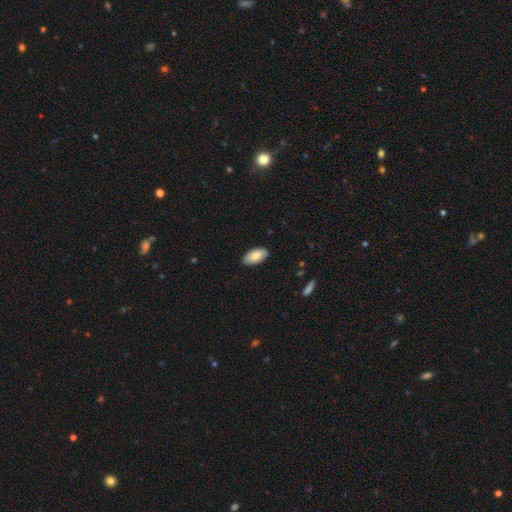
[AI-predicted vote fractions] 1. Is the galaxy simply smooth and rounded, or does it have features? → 79% smooth, 15% featured or disk, 6% star or artifact.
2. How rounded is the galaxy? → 95% in between, 2% round, 2% cigar-shaped.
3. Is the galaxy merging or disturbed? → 88% none, 10% minor disturbance, 2% major disturbance, 1% merger.